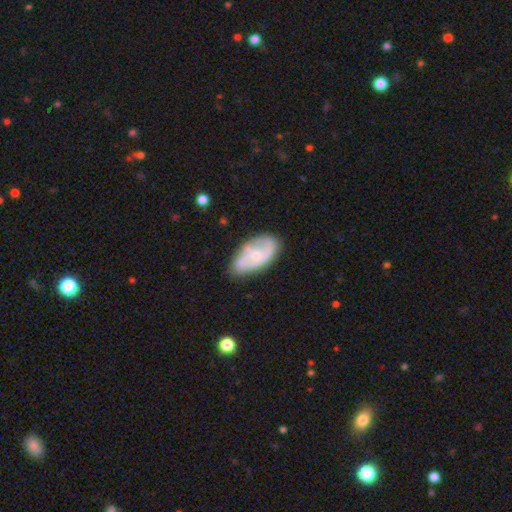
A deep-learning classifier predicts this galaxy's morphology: A featured or disk galaxy (60%) with no bar (73%), spiral arms (70%) and a small central bulge (59%). Merging: none (60%).